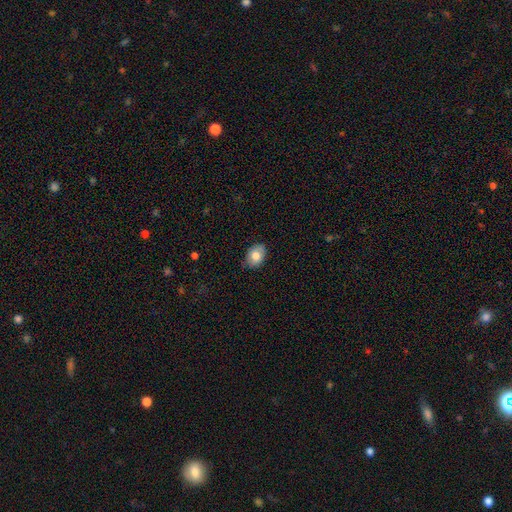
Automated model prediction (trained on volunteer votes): Q: Smooth or featured?
A: smooth (79%); runner-up: featured or disk (14%)
Q: How rounded?
A: in between (77%); runner-up: round (22%)
Q: Merging?
A: none (79%); runner-up: minor disturbance (17%)